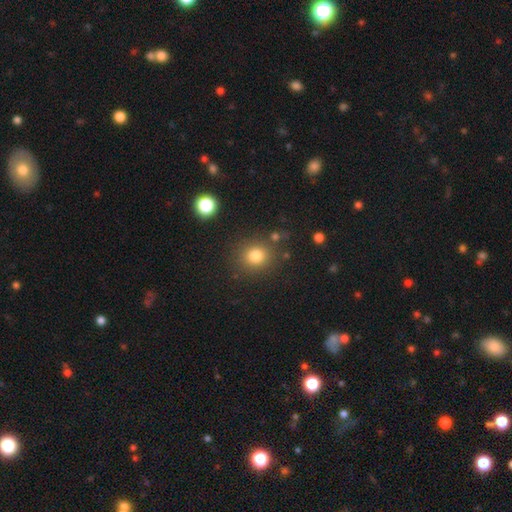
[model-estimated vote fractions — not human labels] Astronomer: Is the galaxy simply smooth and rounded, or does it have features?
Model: smooth — 81%.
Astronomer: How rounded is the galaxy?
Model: round — 83%.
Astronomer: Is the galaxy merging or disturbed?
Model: none — 82%.